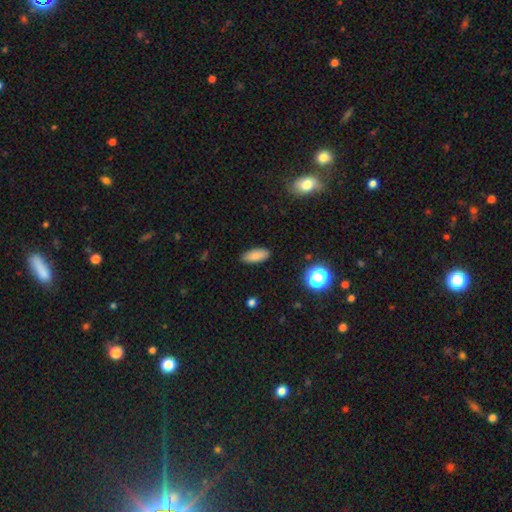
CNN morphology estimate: smooth-or-featured: smooth: 85% | star or artifact: 9% | featured or disk: 6%
  how-rounded: in between: 81% | cigar-shaped: 16% | round: 3%
  merging: none: 88% | minor disturbance: 9% | major disturbance: 2% | merger: 1%